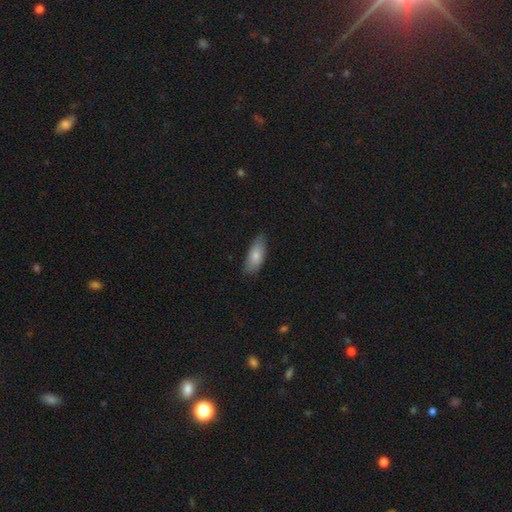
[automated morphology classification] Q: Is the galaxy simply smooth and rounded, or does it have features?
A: smooth — 78%.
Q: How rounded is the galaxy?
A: in between — 83%.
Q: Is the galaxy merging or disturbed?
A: none — 77%.